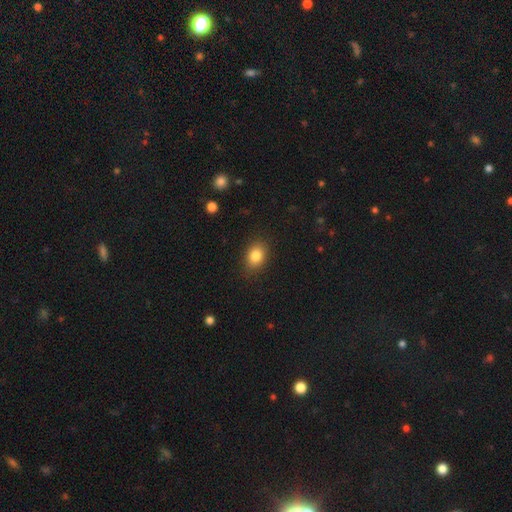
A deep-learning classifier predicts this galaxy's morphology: type=smooth (84%); roundness=in between (67%); merging=none (86%).